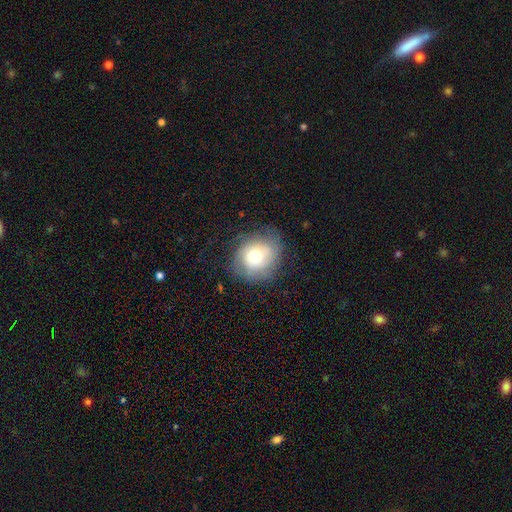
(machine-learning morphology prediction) smooth 52%, featured or disk 39%, star or artifact 9%. Down the decision tree: how rounded — round (78%); merging — none (71%).